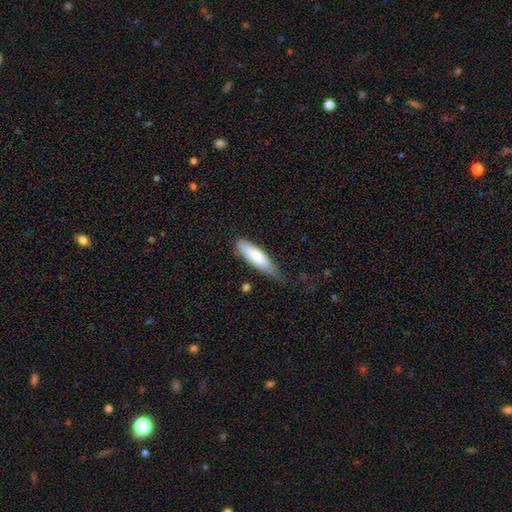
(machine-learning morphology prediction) type=smooth (76%); roundness=cigar-shaped (58%); merging=none (50%).